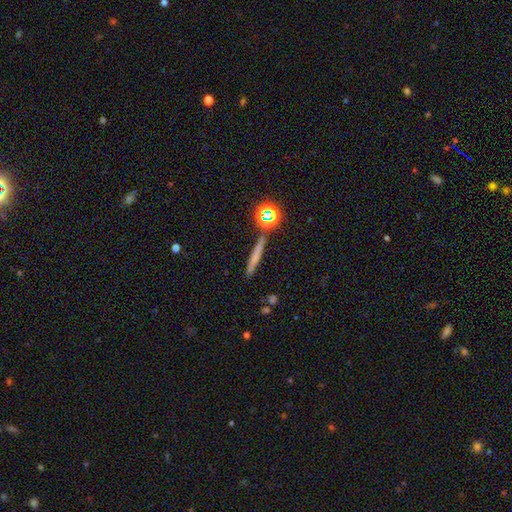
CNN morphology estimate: Q: Smooth or featured?
A: smooth (54%); runner-up: featured or disk (29%)
Q: How rounded?
A: cigar-shaped (87%); runner-up: round (8%)
Q: Merging?
A: none (85%); runner-up: minor disturbance (8%)